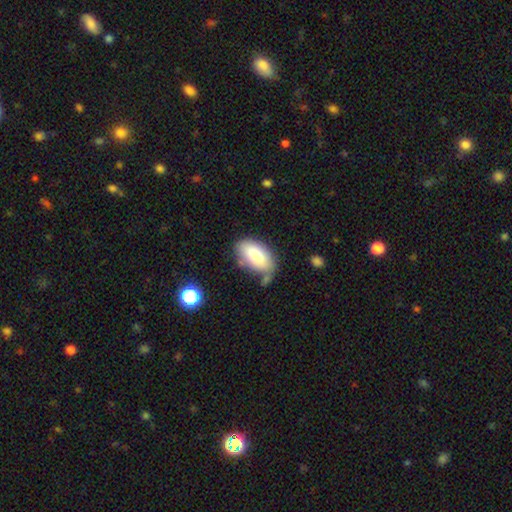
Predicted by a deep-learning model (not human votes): Smooth or featured? smooth (81%)
How rounded? in between (94%)
Merging? none (56%)